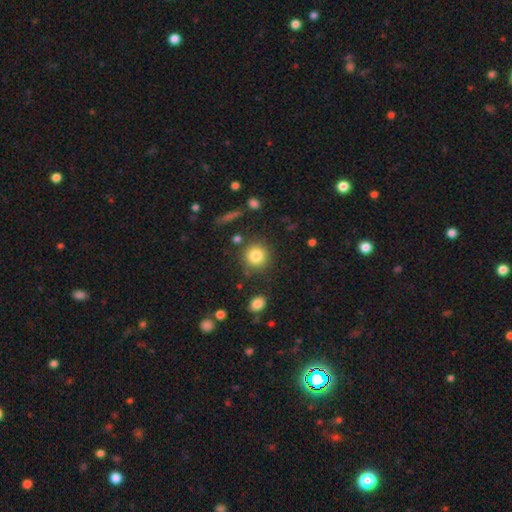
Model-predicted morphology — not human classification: smooth 83%, star or artifact 10%, featured or disk 7%. Down the decision tree: how rounded — round (92%); merging — none (84%).